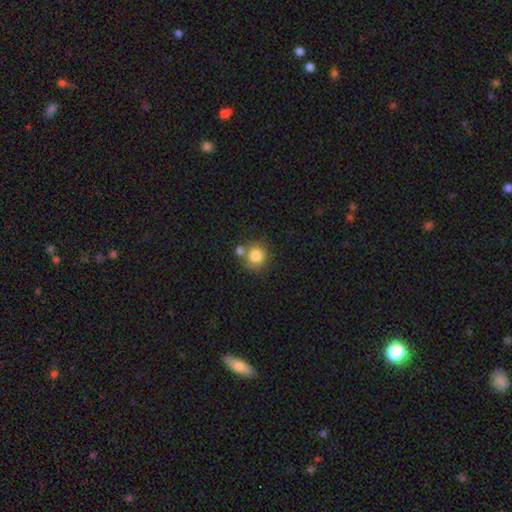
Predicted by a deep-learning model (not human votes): This is clearly a smooth galaxy (82%). How rounded: clearly round (88%). Merging: possibly none (59%).